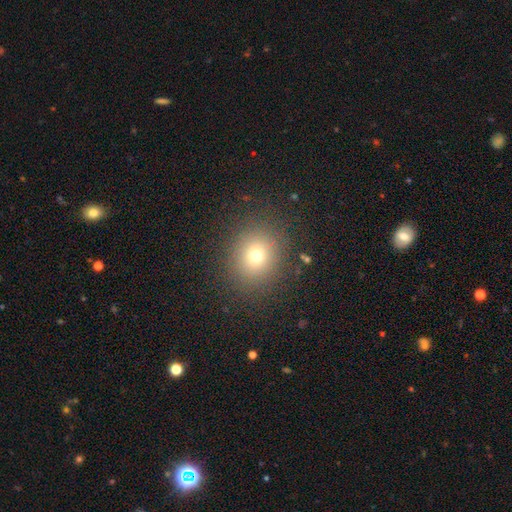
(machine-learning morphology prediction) type=smooth (71%); roundness=round (81%); merging=none (86%).